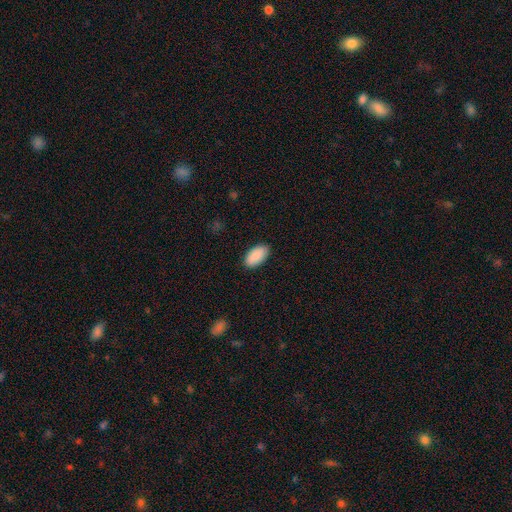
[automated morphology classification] type=smooth (91%); roundness=in between (96%); merging=none (89%).